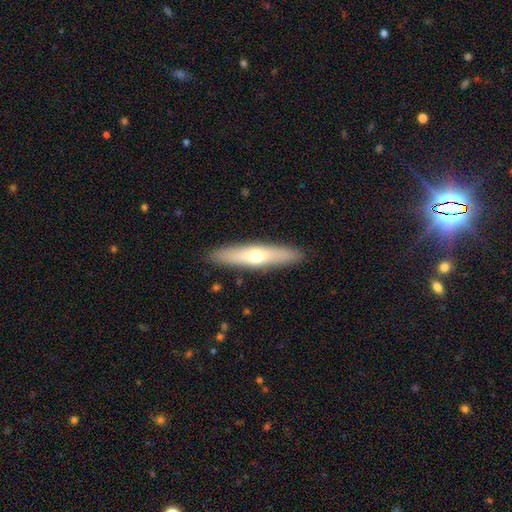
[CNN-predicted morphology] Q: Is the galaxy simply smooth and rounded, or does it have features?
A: smooth — 52%.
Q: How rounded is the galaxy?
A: cigar-shaped — 83%.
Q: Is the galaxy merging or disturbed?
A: none — 90%.